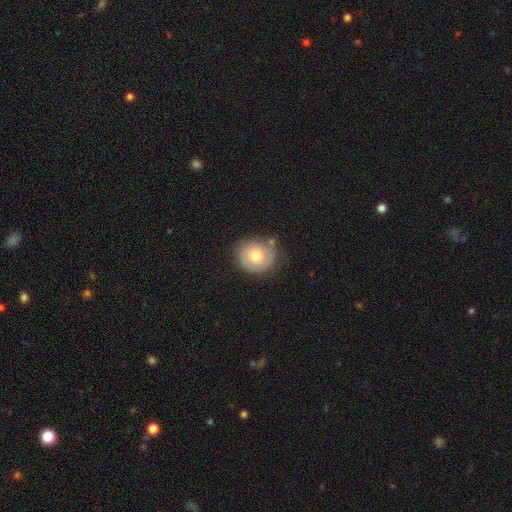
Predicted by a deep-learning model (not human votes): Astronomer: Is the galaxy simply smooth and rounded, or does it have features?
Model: smooth — 51% (runner-up: featured or disk, 41%).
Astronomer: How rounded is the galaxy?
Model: round — 78%.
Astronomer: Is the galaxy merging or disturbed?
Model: none — 68%.